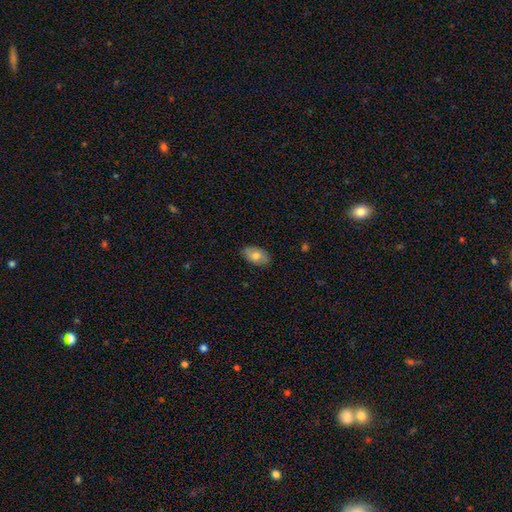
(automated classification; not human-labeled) Smooth or featured?
  - smooth: 75% *
  - featured or disk: 19%
  - star or artifact: 7%
How rounded?
  - in between: 92% *
  - round: 6%
  - cigar-shaped: 2%
Merging?
  - none: 84% *
  - minor disturbance: 13%
  - major disturbance: 2%
  - merger: 1%